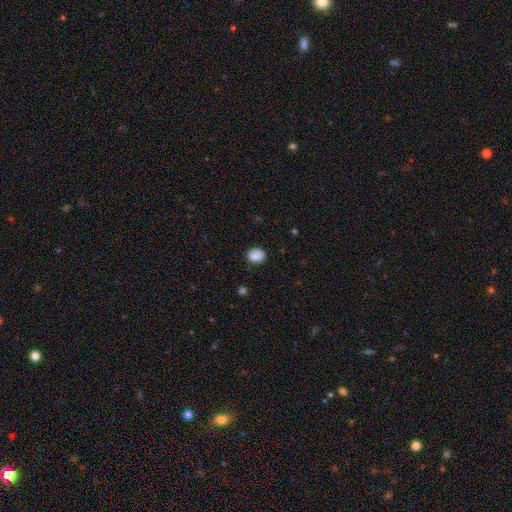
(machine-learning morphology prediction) Overall: smooth (87%). How rounded: round (51%; in between 48%). Merging: none (81%).